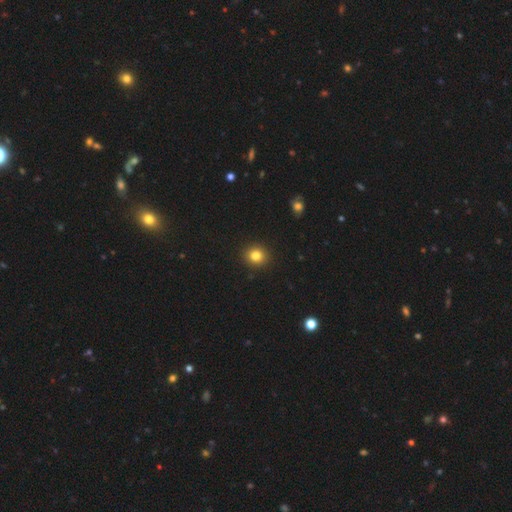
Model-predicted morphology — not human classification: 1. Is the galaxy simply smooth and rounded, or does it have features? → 83% smooth, 11% star or artifact, 5% featured or disk.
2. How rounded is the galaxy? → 86% round, 13% in between, 1% cigar-shaped.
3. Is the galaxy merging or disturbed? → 92% none, 5% minor disturbance, 2% major disturbance, 1% merger.